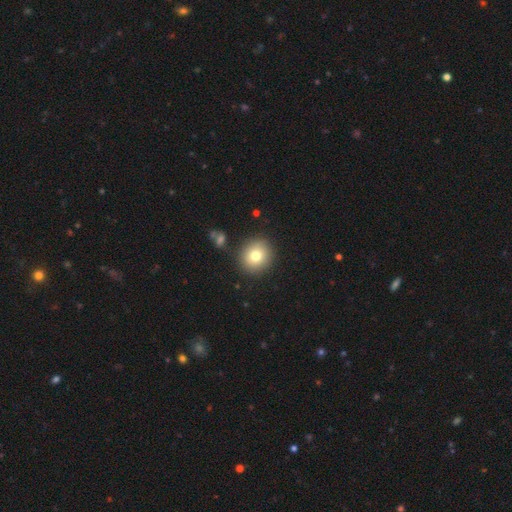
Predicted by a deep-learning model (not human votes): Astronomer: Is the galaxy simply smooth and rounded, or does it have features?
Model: smooth — 78%.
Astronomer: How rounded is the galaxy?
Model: round — 87%.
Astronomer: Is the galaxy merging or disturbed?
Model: none — 88%.